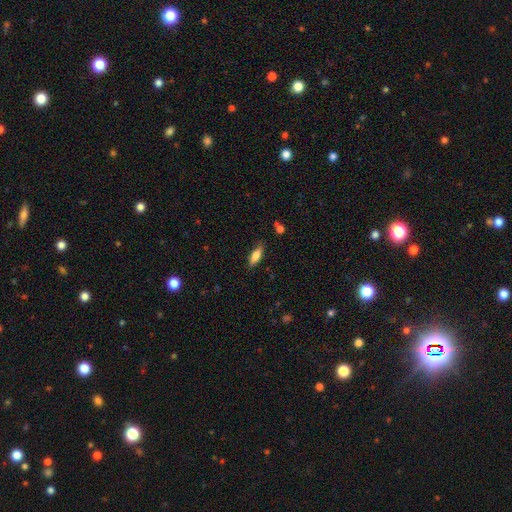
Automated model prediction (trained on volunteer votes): A smooth galaxy with no disk features (78%) that is in between round and cigar-shaped (61%). Merging: none (81%).